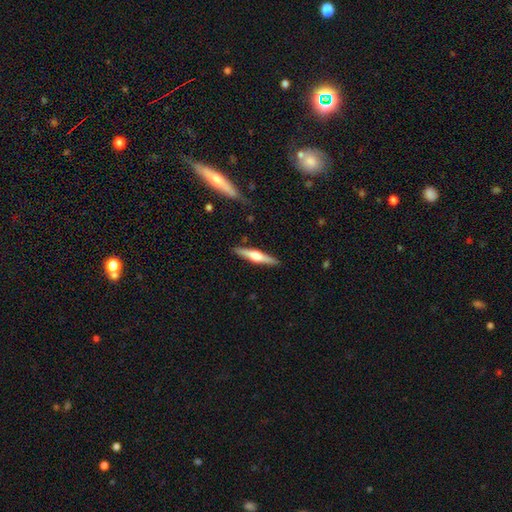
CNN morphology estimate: Smooth or featured?
  - featured or disk: 61% *
  - smooth: 34%
  - star or artifact: 5%
Edge-on disk?
  - yes: 97% *
  - no: 3%
Edge-on bulge?
  - rounded: 86% *
  - boxy: 10%
  - none: 4%
Merging?
  - none: 88% *
  - minor disturbance: 8%
  - major disturbance: 2%
  - merger: 2%